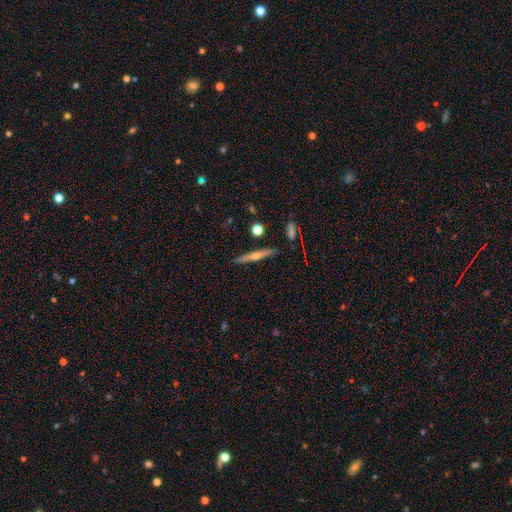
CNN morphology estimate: Smooth or featured?
  - featured or disk: 62% *
  - smooth: 31%
  - star or artifact: 7%
Edge-on disk?
  - yes: 97% *
  - no: 3%
Edge-on bulge?
  - rounded: 80% *
  - none: 16%
  - boxy: 4%
Merging?
  - none: 90% *
  - minor disturbance: 7%
  - merger: 2%
  - major disturbance: 2%